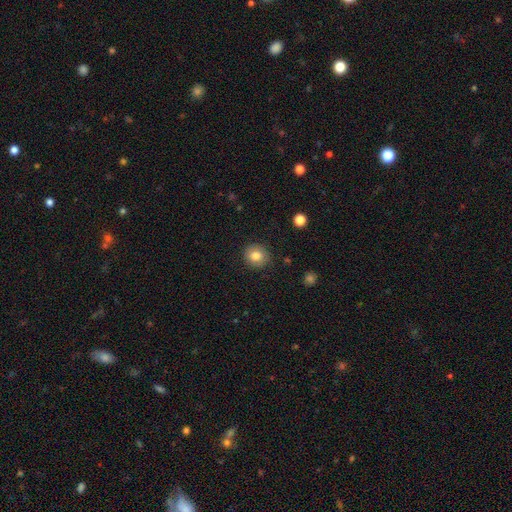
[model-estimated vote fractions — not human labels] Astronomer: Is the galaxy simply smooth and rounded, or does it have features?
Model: smooth — 81%.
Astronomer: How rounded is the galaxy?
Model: round — 82%.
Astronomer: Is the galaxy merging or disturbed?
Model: none — 86%.